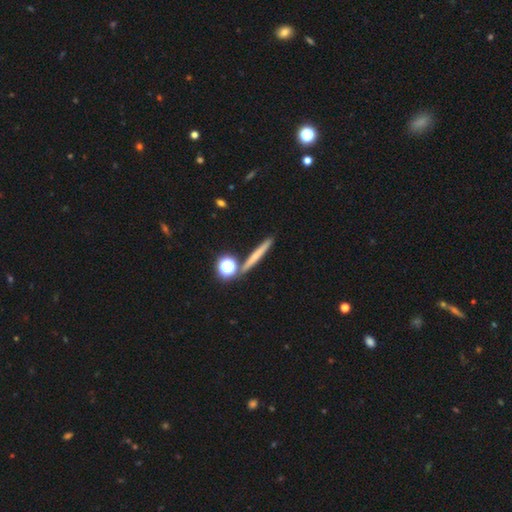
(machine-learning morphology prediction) smooth_or_featured: smooth (p=0.53) [alt: featured or disk p=0.33]
how_rounded: cigar-shaped (p=0.79) [alt: round p=0.13]
merging: none (p=0.84) [alt: minor disturbance p=0.07]